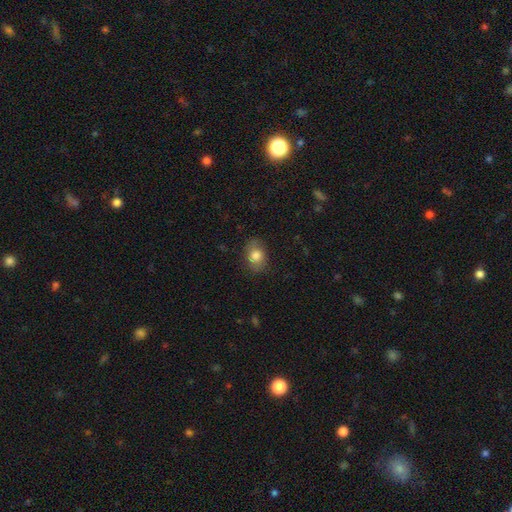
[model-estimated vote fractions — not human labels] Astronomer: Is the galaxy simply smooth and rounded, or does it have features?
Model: smooth — 79%.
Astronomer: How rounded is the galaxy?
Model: in between — 66%.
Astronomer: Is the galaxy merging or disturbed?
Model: none — 76%.